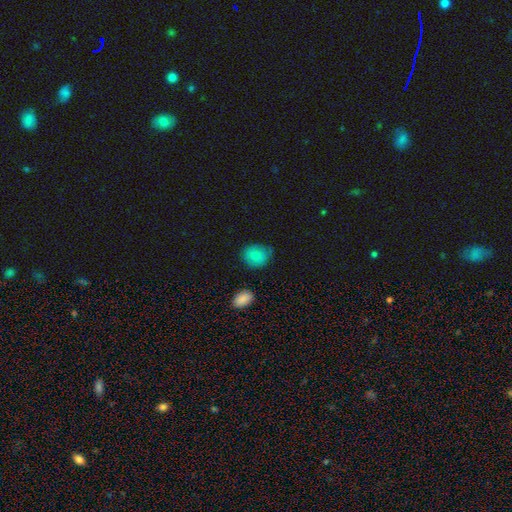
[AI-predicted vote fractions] Smooth or featured: smooth — 85% (star or artifact — 8%)
How rounded: round — 64% (in between — 35%)
Merging: none — 70% (minor disturbance — 23%)